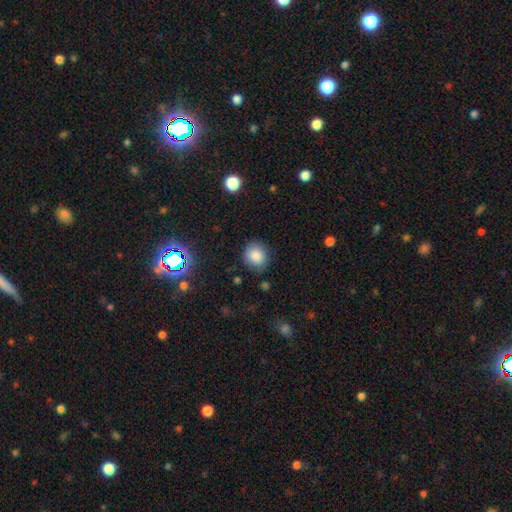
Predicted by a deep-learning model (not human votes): This is clearly a smooth galaxy (84%). How rounded: likely round (80%). Merging: clearly none (83%).